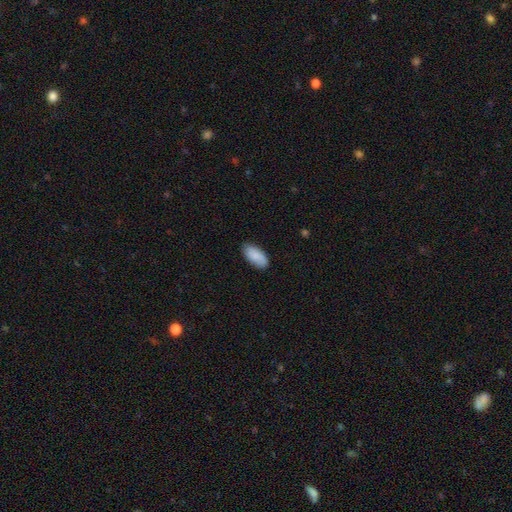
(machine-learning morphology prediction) This appears to be a smooth galaxy with no disk features (86%) that is in between round and cigar-shaped (92%). Merging: none (84%).